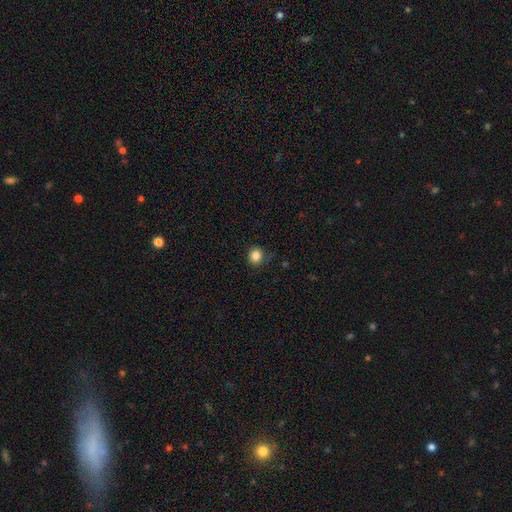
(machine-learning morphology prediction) smooth-or-featured: smooth: 85% | star or artifact: 11% | featured or disk: 4%
  how-rounded: round: 87% | in between: 12% | cigar-shaped: 1%
  merging: none: 81% | minor disturbance: 14% | major disturbance: 3% | merger: 1%